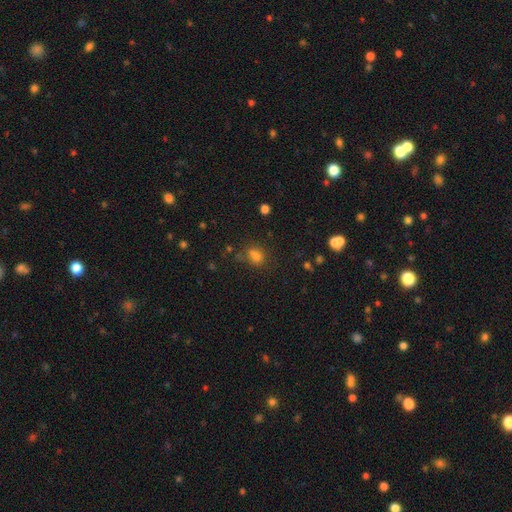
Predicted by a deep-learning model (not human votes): smooth_or_featured: smooth (p=0.69) [alt: star or artifact p=0.22]
how_rounded: in between (p=0.51) [alt: round p=0.47]
merging: none (p=0.56) [alt: merger p=0.18]